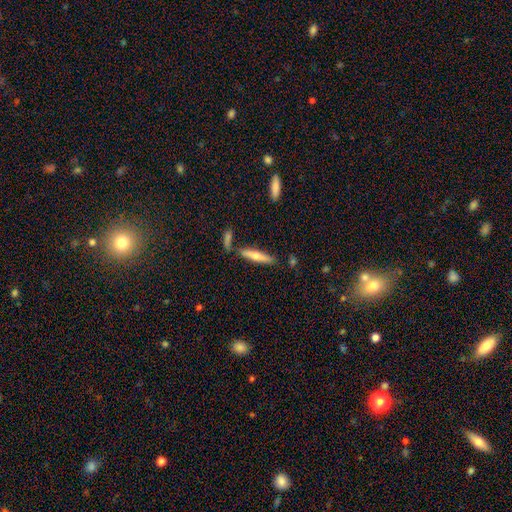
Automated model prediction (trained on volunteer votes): A smooth galaxy with no disk features (52%) that is cigar-shaped (86%). Merging: none (77%).